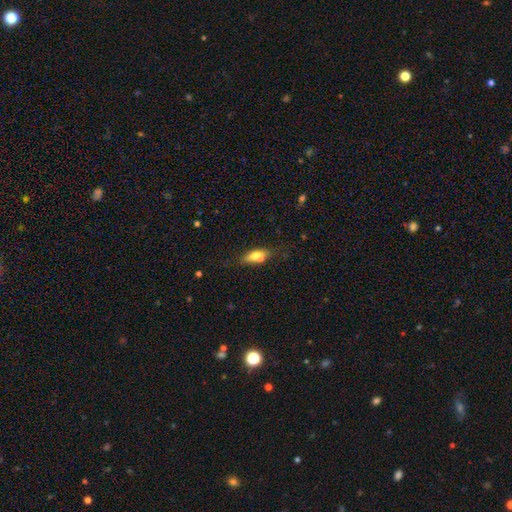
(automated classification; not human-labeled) A smooth galaxy with no disk features (71%) that is in between round and cigar-shaped (70%).

Vote fractions:
- Smooth or featured? smooth: 71% / featured or disk: 20% / star or artifact: 10%
- How rounded? in between: 70% / cigar-shaped: 25% / round: 5%
- Merging? none: 50% / merger: 22% / minor disturbance: 20% / major disturbance: 8%